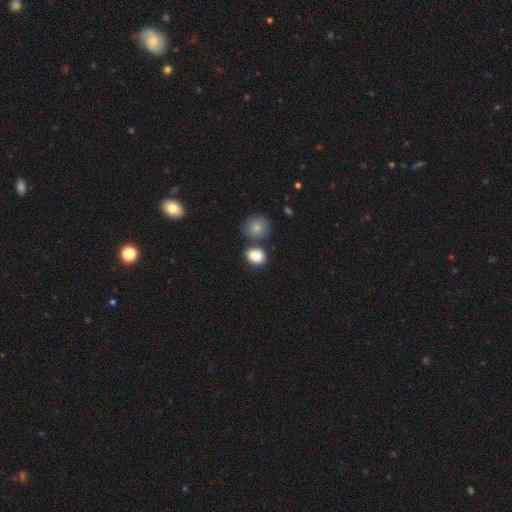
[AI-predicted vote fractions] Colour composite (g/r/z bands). It shows a smooth galaxy with no disk features (87%) that is in between round and cigar-shaped (53%). Merging: none (66%).